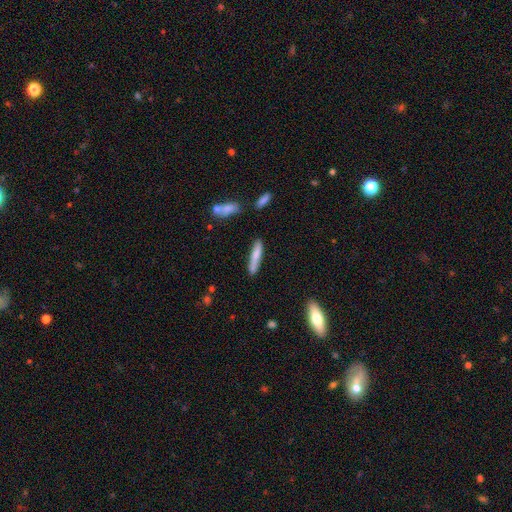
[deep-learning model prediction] Morphology: type=smooth (75%); roundness=cigar-shaped (89%); merging=none (80%).